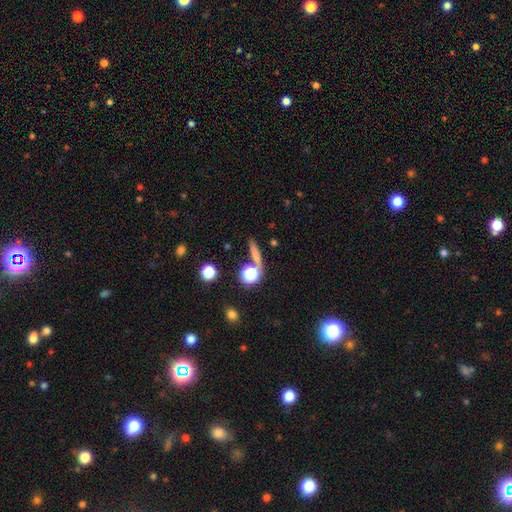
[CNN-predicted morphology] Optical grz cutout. It shows a smooth galaxy with no disk features (64%) that is cigar-shaped (63%). Merging: none (74%).